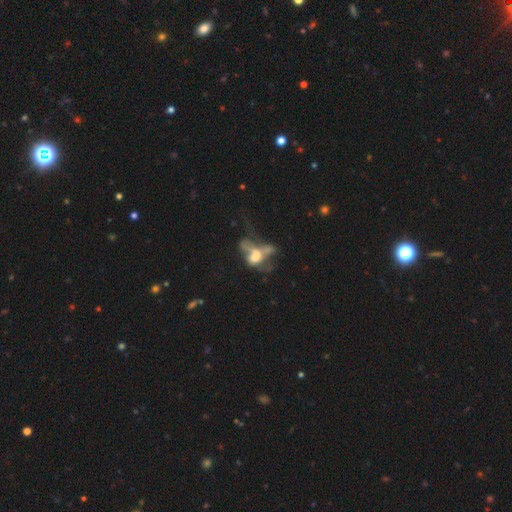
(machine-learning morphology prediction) This appears to be a featured or disk galaxy (49%). Merging: major disturbance (42%).